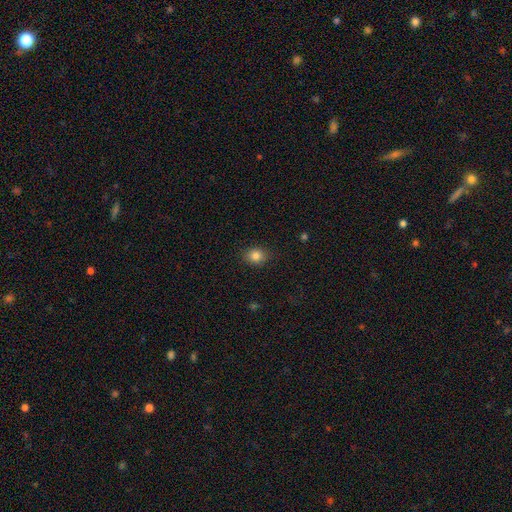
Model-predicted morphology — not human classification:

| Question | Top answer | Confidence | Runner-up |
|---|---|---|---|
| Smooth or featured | smooth | 84% | star or artifact (11%) |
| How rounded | round | 59% | in between (40%) |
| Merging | none | 86% | minor disturbance (10%) |